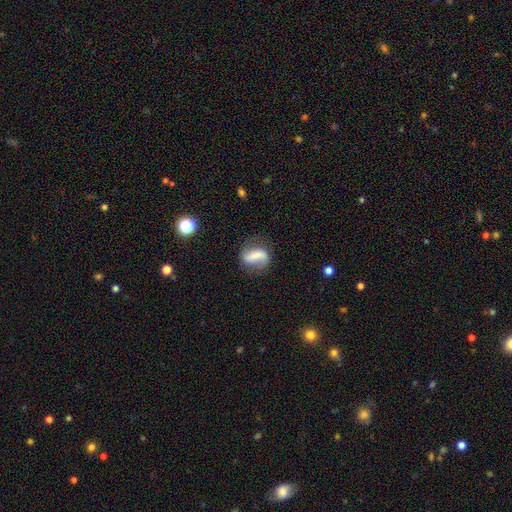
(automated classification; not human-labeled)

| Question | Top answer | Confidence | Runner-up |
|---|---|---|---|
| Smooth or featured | featured or disk | 57% | smooth (34%) |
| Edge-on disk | no | 94% | yes (6%) |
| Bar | strong | 58% | weak (24%) |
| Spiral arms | yes | 78% | no (22%) |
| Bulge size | none | 44% | small (26%) |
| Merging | none | 61% | minor disturbance (22%) |